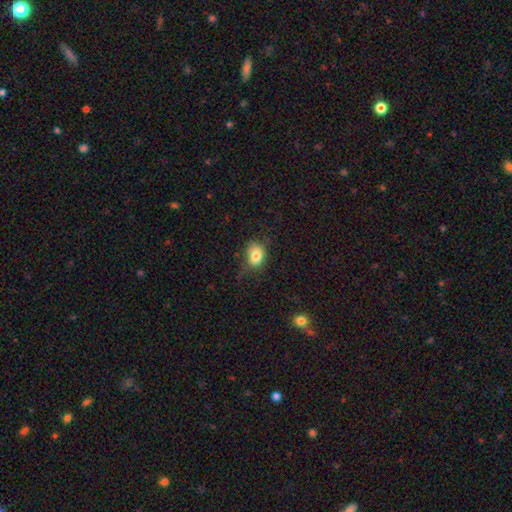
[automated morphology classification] This appears to be a smooth galaxy with no disk features (79%) that is in between round and cigar-shaped (68%). Merging: none (54%).